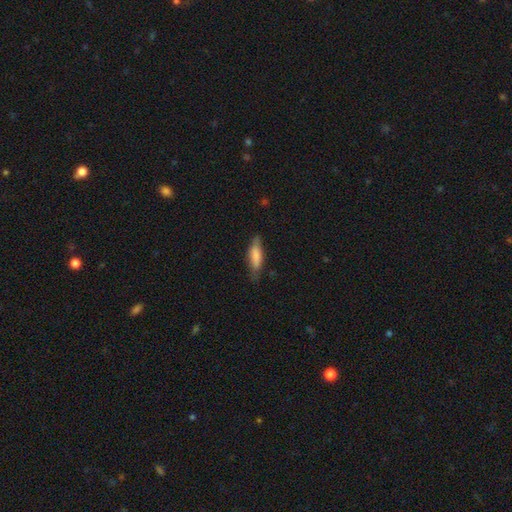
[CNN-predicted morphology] A smooth galaxy with no disk features (75%) that is cigar-shaped (53%).

Vote fractions:
- Smooth or featured? smooth: 75% / featured or disk: 19% / star or artifact: 6%
- How rounded? cigar-shaped: 53% / in between: 45% / round: 2%
- Merging? none: 70% / minor disturbance: 24% / major disturbance: 5% / merger: 2%